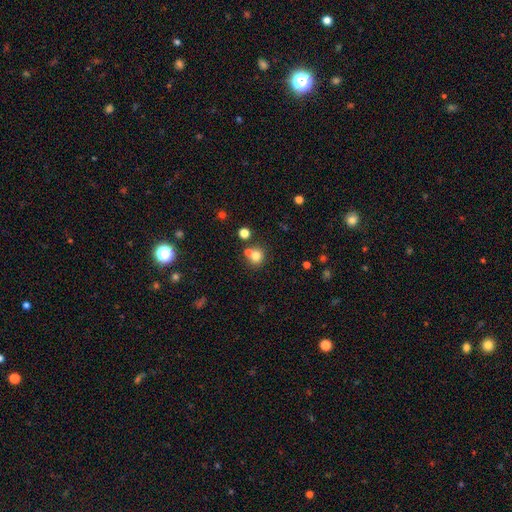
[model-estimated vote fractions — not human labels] This appears to be a smooth galaxy with no disk features (76%) that is round (85%). Merging: none (59%).